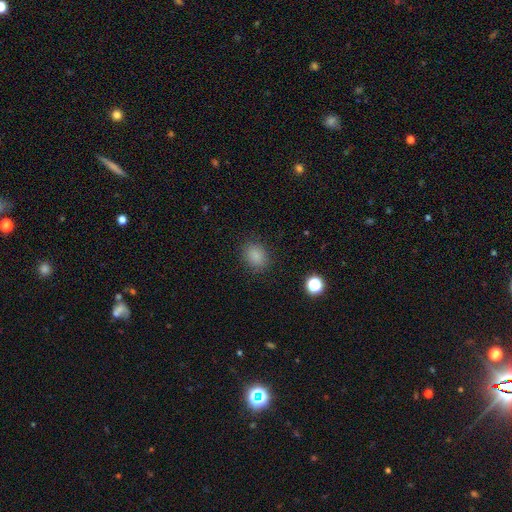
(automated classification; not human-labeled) The model was most divided on "how rounded": round: 53%, in between: 46%, cigar-shaped: 1%. More confident: merging — none (86%); smooth or featured — smooth (84%).